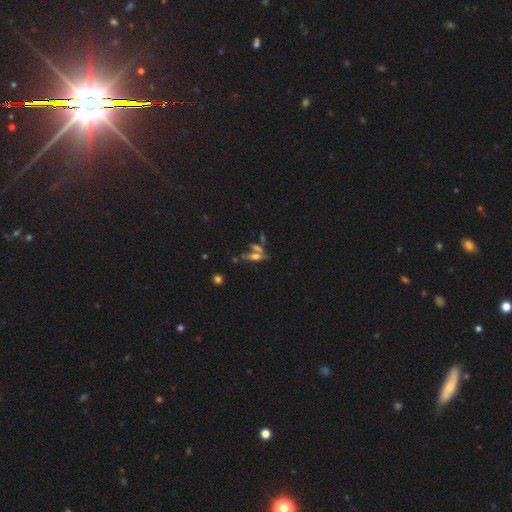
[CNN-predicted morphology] A featured or disk galaxy (47%).

Vote fractions:
- Smooth or featured? featured or disk: 47% / smooth: 36% / star or artifact: 17%
- Merging? none: 47% / merger: 32% / minor disturbance: 12% / major disturbance: 8%